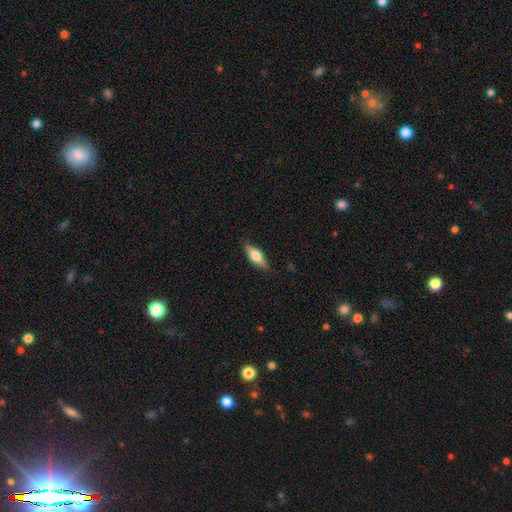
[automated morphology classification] This is possibly a featured or disk galaxy (47%). Merging: clearly none (87%).